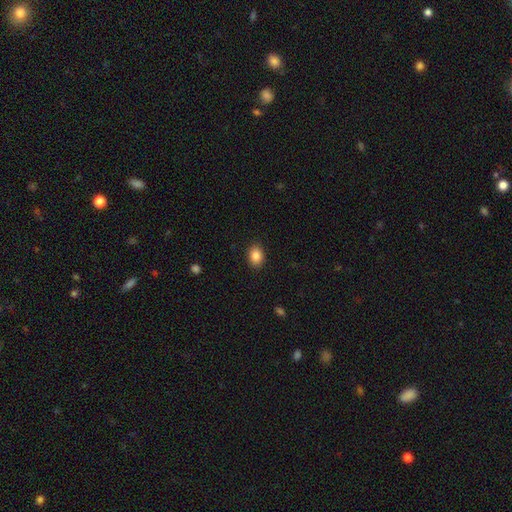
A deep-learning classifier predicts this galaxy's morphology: type=smooth (87%); roundness=in between (62%); merging=none (88%).